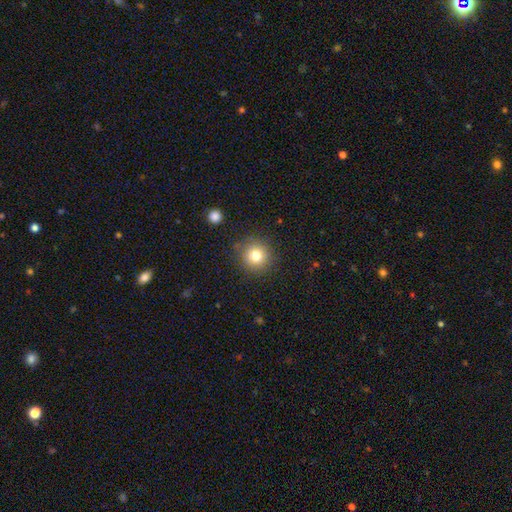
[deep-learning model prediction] The model was most divided on "smooth or featured": smooth: 78%, star or artifact: 13%, featured or disk: 9%. More confident: how rounded — round (94%); merging — none (87%).